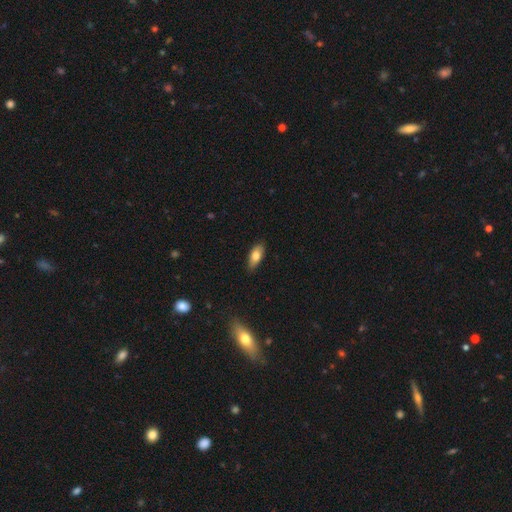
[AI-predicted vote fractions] Smooth or featured: smooth — 76% (featured or disk — 18%)
How rounded: in between — 80% (cigar-shaped — 17%)
Merging: none — 85% (minor disturbance — 12%)